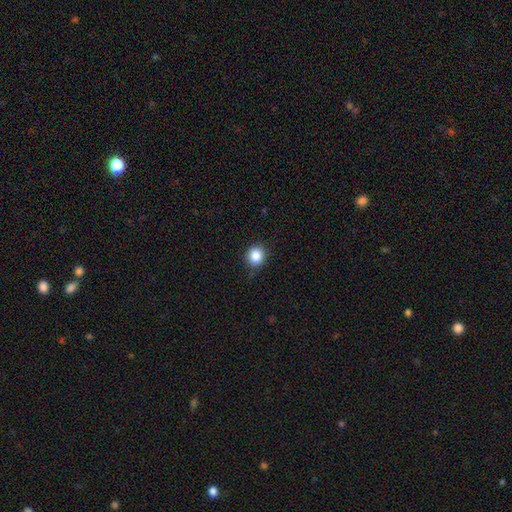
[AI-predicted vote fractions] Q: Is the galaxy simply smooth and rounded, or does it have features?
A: smooth — 86%.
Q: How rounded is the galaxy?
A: round — 84%.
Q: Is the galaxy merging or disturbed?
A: none — 83%.